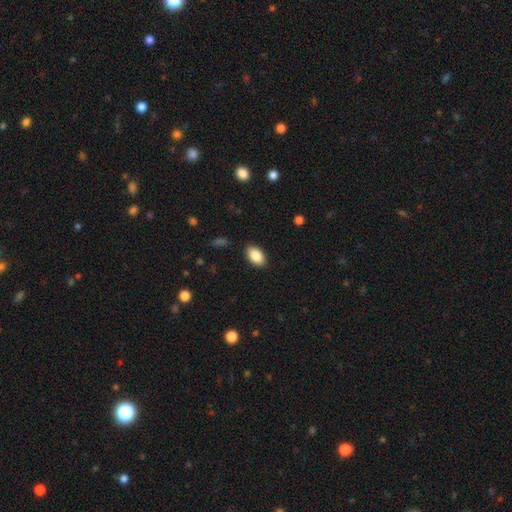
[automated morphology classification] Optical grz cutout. It shows a smooth galaxy with no disk features (87%) that is in between round and cigar-shaped (92%). Merging: none (88%).